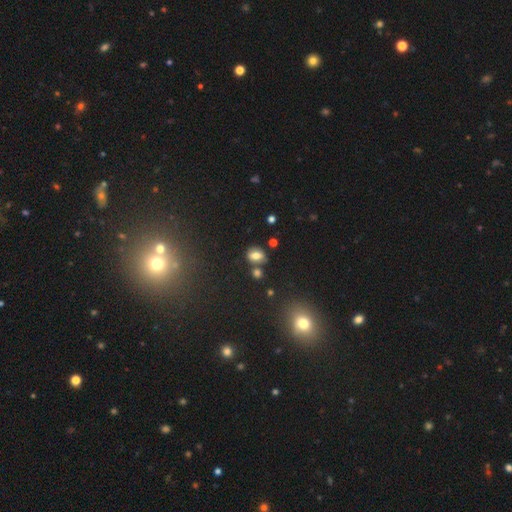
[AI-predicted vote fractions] The model was most divided on "how rounded": in between: 67%, round: 30%, cigar-shaped: 2%. More confident: smooth or featured — smooth (69%); merging — none (65%).